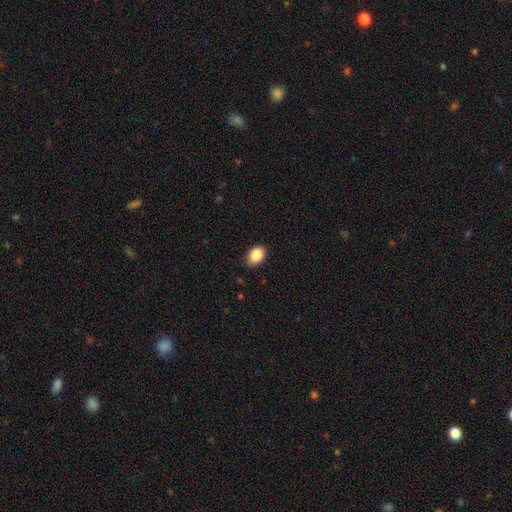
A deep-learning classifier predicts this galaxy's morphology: type=smooth (86%); roundness=in between (76%); merging=none (80%).